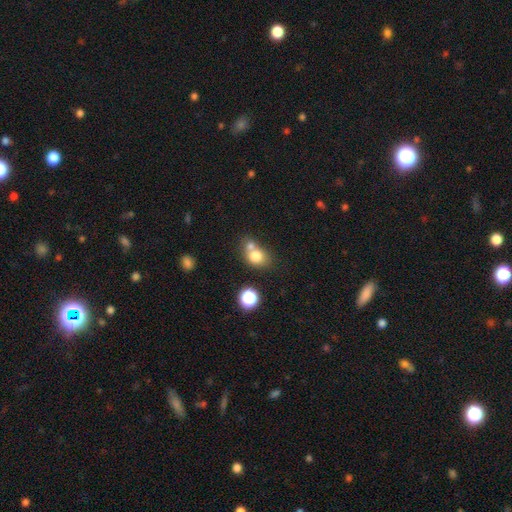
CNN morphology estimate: Smooth or featured? Predicted: smooth (p=0.75). How rounded? Predicted: round (p=0.63). Merging? Predicted: merger (p=0.50).